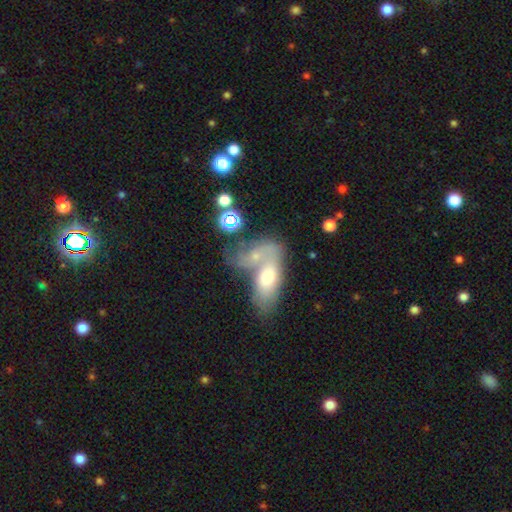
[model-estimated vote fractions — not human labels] Overall: smooth (53%; featured or disk 35%). How rounded: in between (78%). Merging: merger (63%).